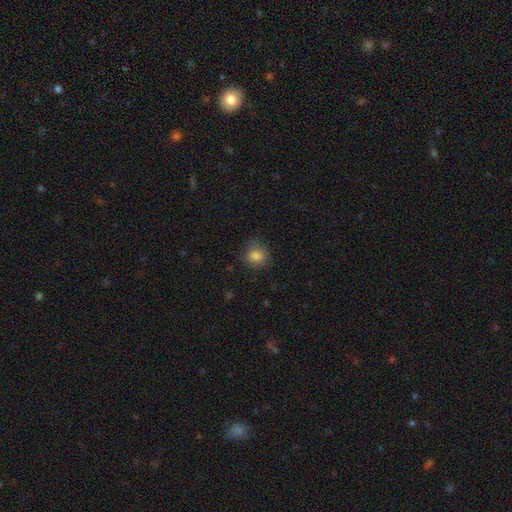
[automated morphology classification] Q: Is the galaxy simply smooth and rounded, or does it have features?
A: smooth — 84%.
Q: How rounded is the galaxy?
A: round — 74%.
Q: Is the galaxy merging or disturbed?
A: none — 75%.